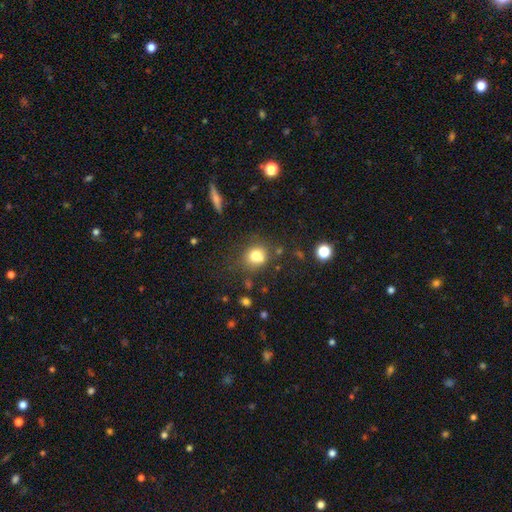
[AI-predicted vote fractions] Morphology: type=smooth (76%); roundness=round (74%); merging=none (60%).